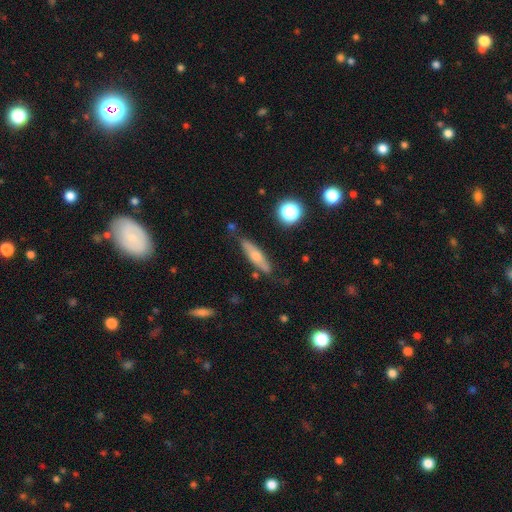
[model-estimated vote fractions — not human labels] Smooth or featured? smooth (50%)
How rounded? cigar-shaped (74%)
Merging? none (77%)